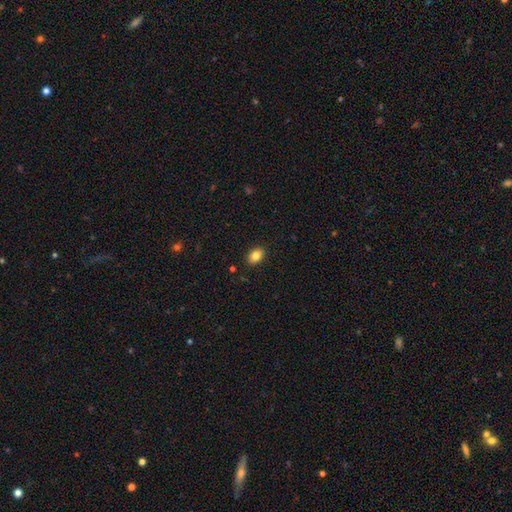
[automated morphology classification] Smooth or featured? Predicted: smooth (p=0.83). How rounded? Predicted: in between (p=0.82). Merging? Predicted: none (p=0.89).